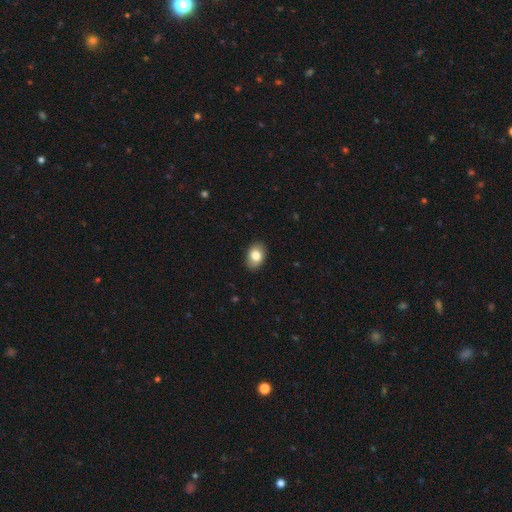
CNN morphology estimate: The model was most divided on "how rounded": in between: 81%, round: 17%, cigar-shaped: 1%. More confident: merging — none (88%); smooth or featured — smooth (81%).